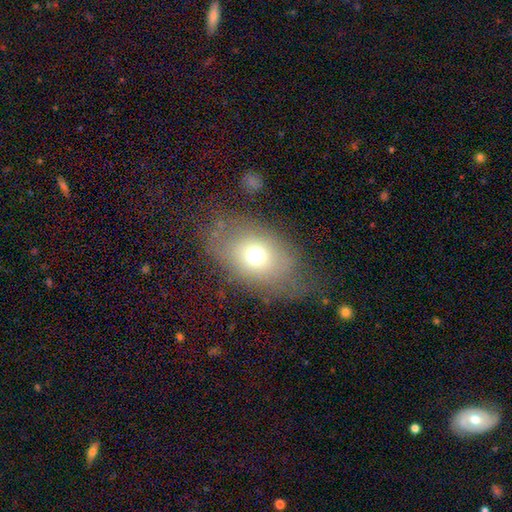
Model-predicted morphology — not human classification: Smooth or featured? Predicted: smooth (p=0.64). How rounded? Predicted: in between (p=0.77). Merging? Predicted: none (p=0.62).